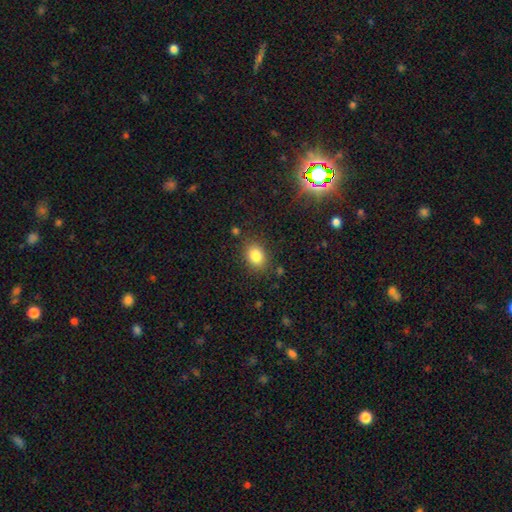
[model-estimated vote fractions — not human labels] smooth-or-featured: smooth: 83% | star or artifact: 10% | featured or disk: 7%
  how-rounded: in between: 61% | round: 38% | cigar-shaped: 1%
  merging: none: 84% | minor disturbance: 11% | major disturbance: 3% | merger: 2%